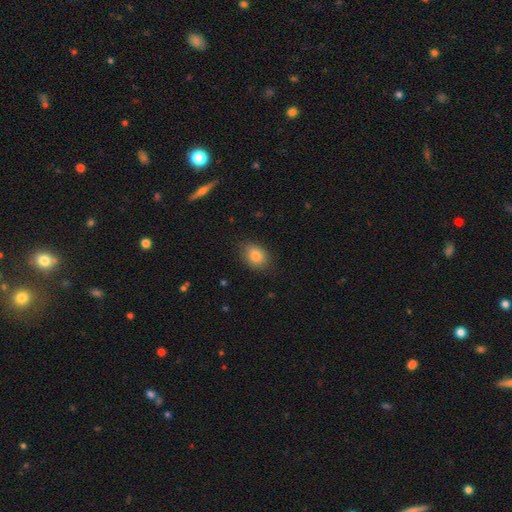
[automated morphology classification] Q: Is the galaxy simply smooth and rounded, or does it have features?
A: smooth — 83%.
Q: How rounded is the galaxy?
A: in between — 74%.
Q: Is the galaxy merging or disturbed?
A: none — 82%.